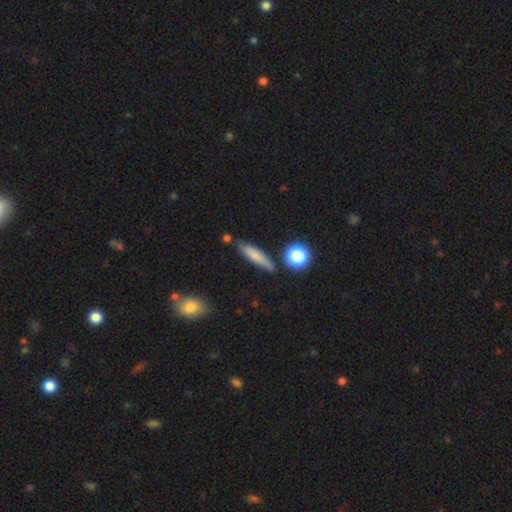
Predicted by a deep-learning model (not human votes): Smooth or featured? smooth (72%)
How rounded? cigar-shaped (76%)
Merging? none (78%)